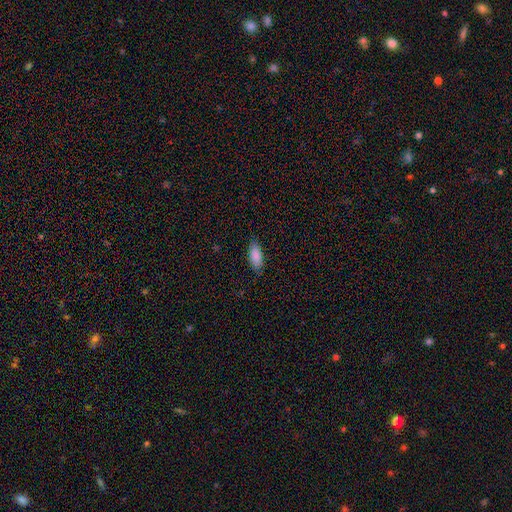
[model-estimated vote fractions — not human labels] Smooth or featured?
  - smooth: 87% *
  - featured or disk: 7%
  - star or artifact: 6%
How rounded?
  - in between: 84% *
  - cigar-shaped: 15%
  - round: 2%
Merging?
  - none: 84% *
  - minor disturbance: 13%
  - major disturbance: 2%
  - merger: 1%